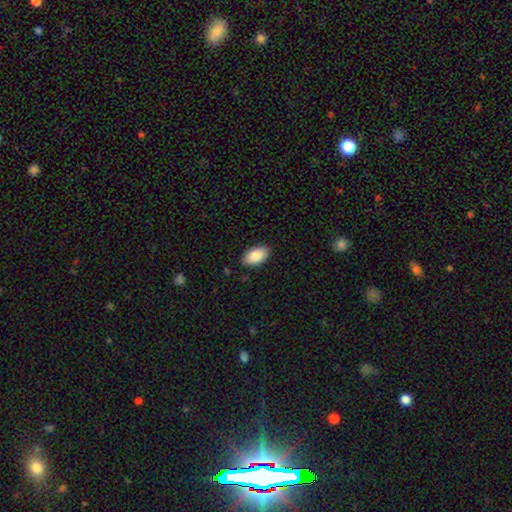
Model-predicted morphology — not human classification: type=smooth (88%); roundness=in between (95%); merging=none (86%).